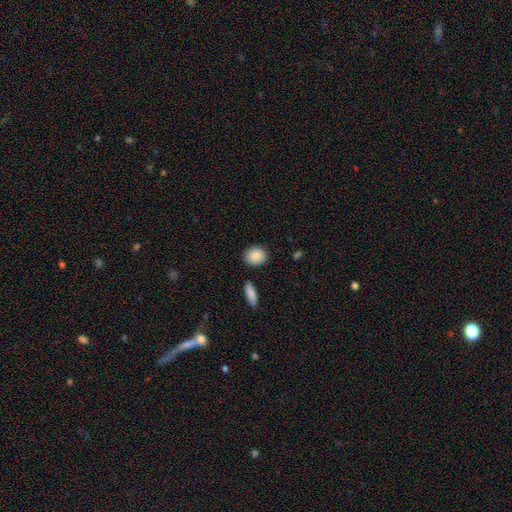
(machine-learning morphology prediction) smooth-or-featured: smooth: 87% | star or artifact: 7% | featured or disk: 6%
  how-rounded: round: 63% | in between: 35% | cigar-shaped: 2%
  merging: none: 88% | minor disturbance: 7% | merger: 3% | major disturbance: 2%